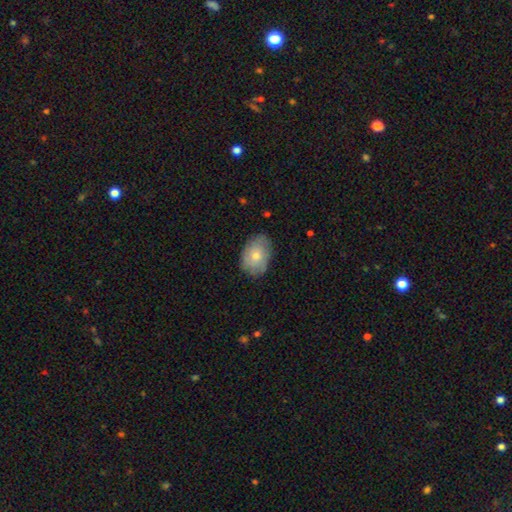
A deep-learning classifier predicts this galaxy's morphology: smooth 59%, featured or disk 34%, star or artifact 7%. Down the decision tree: how rounded — in between (82%); merging — none (74%).